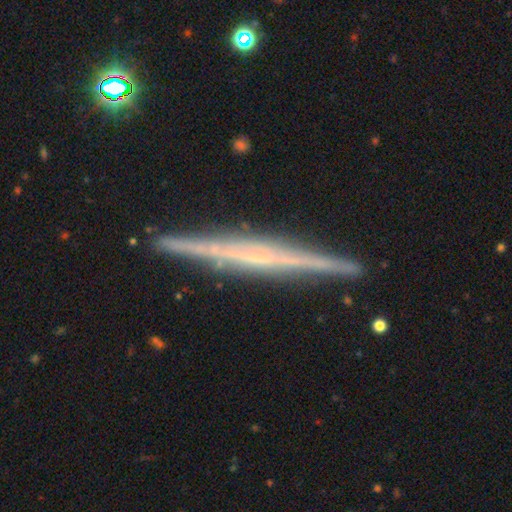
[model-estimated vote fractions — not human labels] featured or disk 80%, smooth 14%, star or artifact 6%. Down the decision tree: edge-on disk — yes (98%); edge-on bulge — none (63%); merging — none (91%).